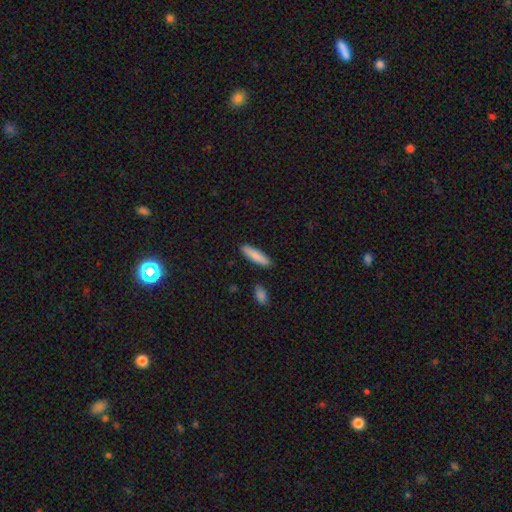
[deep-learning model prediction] The model was most divided on "how rounded": cigar-shaped: 74%, in between: 25%, round: 2%. More confident: merging — none (89%); smooth or featured — smooth (85%).